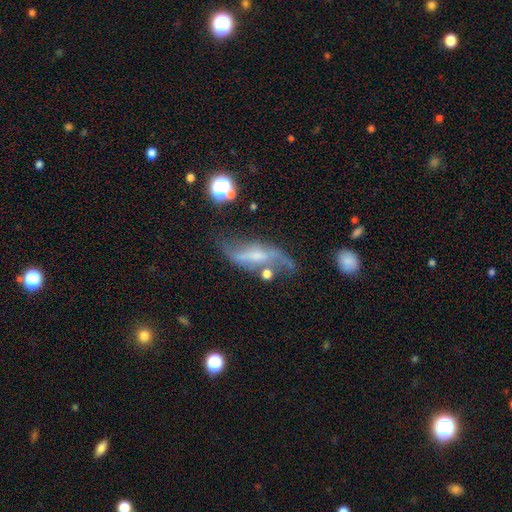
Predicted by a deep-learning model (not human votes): A featured or disk galaxy (73%) with a weak bar (39%), 2 (87%) loose (84%) spiral arms (88%) and a small central bulge (40%).

Vote fractions:
- Smooth or featured? featured or disk: 73% / smooth: 17% / star or artifact: 10%
- Edge-on disk? no: 82% / yes: 18%
- Bar? weak: 39% / no: 33% / strong: 28%
- Spiral arms? yes: 88% / no: 12%
- Spiral winding? loose: 84% / medium: 12% / tight: 4%
- Spiral arm count? 2: 87% / can't tell: 5% / 1: 5% / 3: 1% / 4: 1% / more than 4: 1%
- Bulge size? small: 40% / moderate: 30% / none: 22% / large: 6% / dominant: 2%
- Merging? none: 48% / minor disturbance: 24% / major disturbance: 18% / merger: 10%